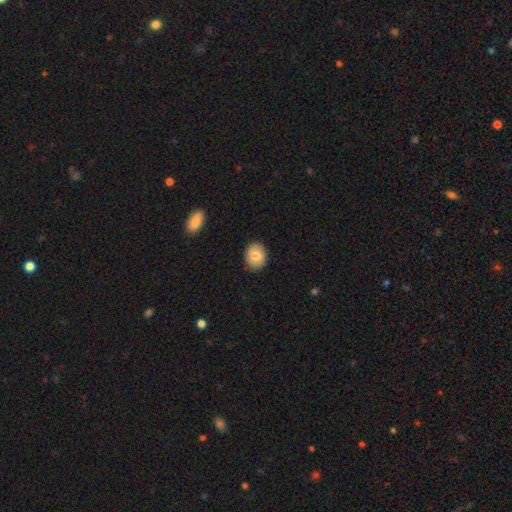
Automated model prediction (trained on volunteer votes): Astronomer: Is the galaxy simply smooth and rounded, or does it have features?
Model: smooth — 84%.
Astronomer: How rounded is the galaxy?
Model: in between — 54% (runner-up: round, 45%).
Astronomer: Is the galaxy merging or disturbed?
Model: none — 87%.